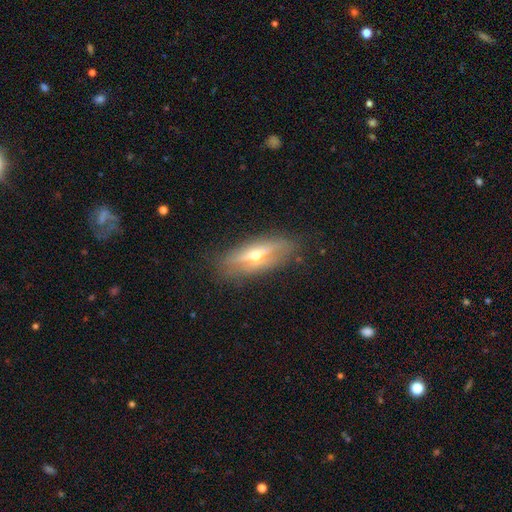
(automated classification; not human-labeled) Smooth or featured?
  - featured or disk: 63% *
  - smooth: 29%
  - star or artifact: 8%
Edge-on disk?
  - yes: 77% *
  - no: 23%
Merging?
  - none: 80% *
  - minor disturbance: 13%
  - major disturbance: 5%
  - merger: 1%